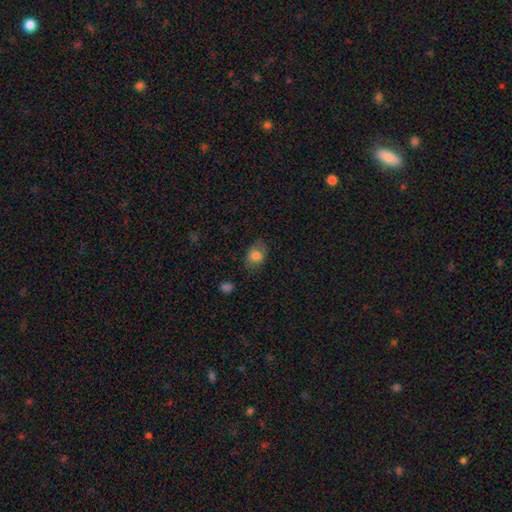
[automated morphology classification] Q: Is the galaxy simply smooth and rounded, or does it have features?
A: smooth — 79%.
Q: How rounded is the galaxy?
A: in between — 71%.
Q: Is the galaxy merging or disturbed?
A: none — 72%.